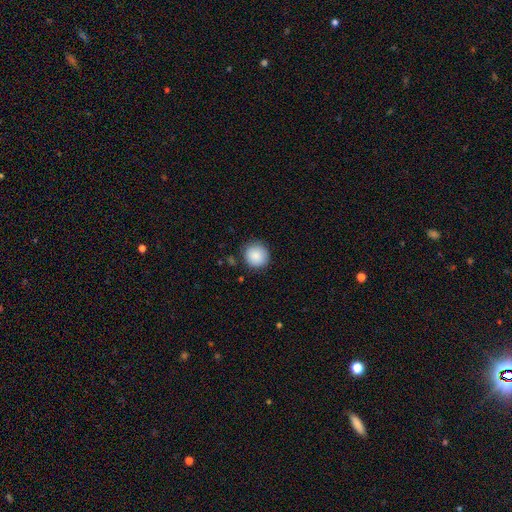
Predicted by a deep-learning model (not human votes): smooth-or-featured: smooth: 88% | star or artifact: 8% | featured or disk: 5%
  how-rounded: round: 91% | in between: 8% | cigar-shaped: 1%
  merging: none: 86% | minor disturbance: 10% | major disturbance: 2% | merger: 2%